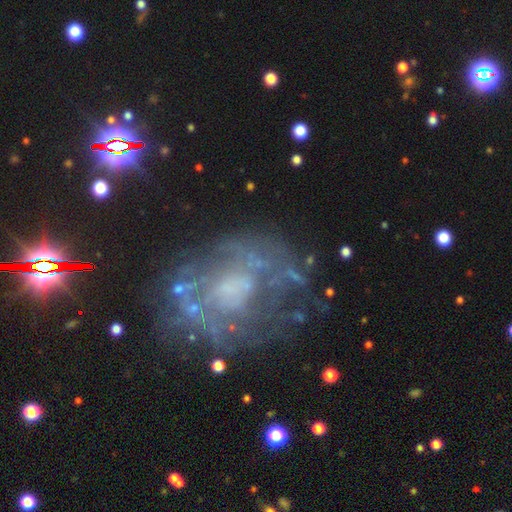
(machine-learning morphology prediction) This is likely a featured or disk galaxy (71%). It is clearly not viewed edge-on (97%). Bar: likely no (75%). Spiral arm pattern: likely yes (64%). Central bulge: marginally none (39%). Merging: likely none (62%).